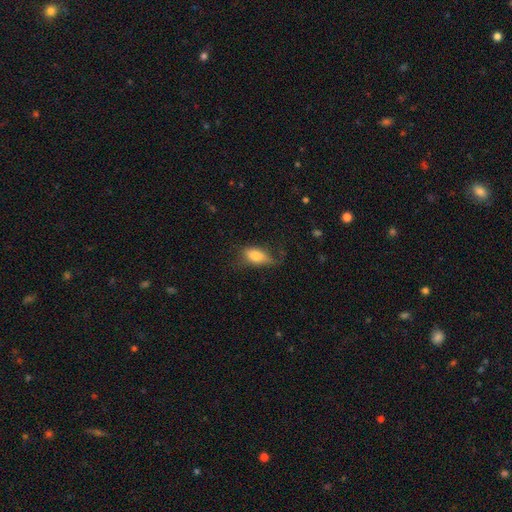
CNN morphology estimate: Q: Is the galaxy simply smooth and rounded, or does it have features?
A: smooth — 78%.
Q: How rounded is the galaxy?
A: in between — 86%.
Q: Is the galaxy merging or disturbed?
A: none — 51%.